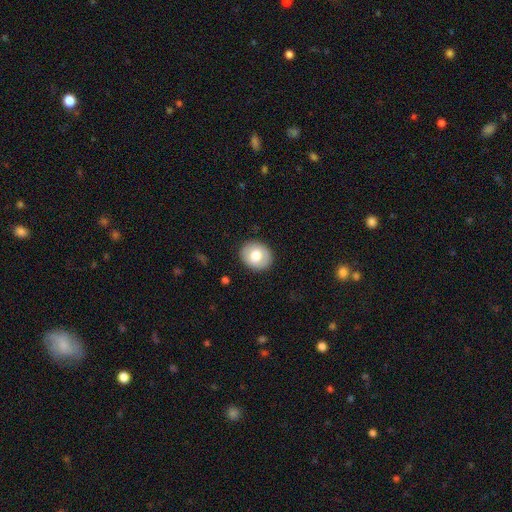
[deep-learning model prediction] Smooth or featured? smooth (74%)
How rounded? round (63%)
Merging? none (89%)